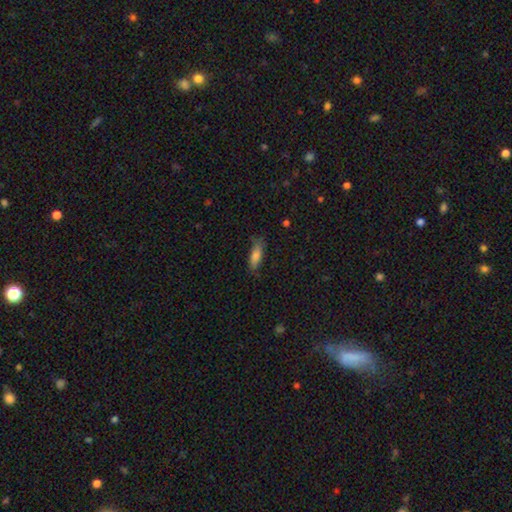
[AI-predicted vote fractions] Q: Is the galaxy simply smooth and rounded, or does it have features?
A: smooth — 79%.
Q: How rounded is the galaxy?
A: in between — 56%.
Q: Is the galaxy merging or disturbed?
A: none — 70%.